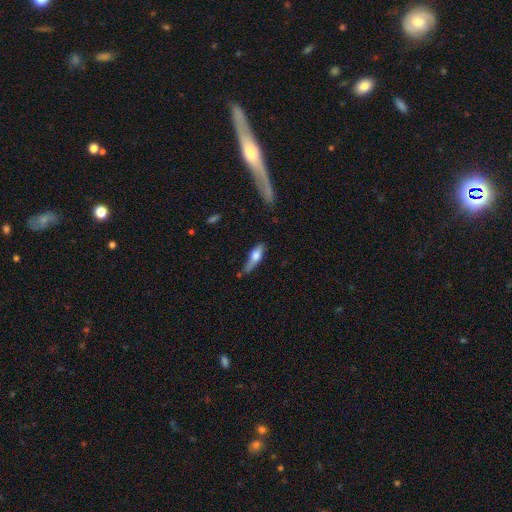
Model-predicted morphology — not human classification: smooth 56%, featured or disk 38%, star or artifact 6%. Down the decision tree: how rounded — cigar-shaped (59%); merging — none (54%).